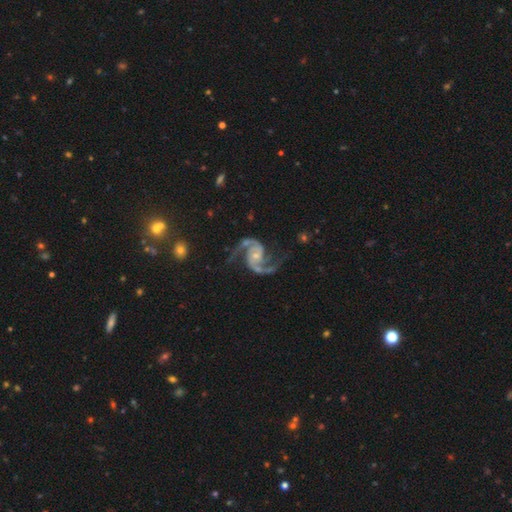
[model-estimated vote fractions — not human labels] Smooth or featured? featured or disk (93%)
Edge-on disk? no (98%)
Bar? no (61%)
Spiral arms? yes (99%)
Spiral winding? medium (55%)
Spiral arm count? 2 (94%)
Bulge size? small (62%)
Merging? none (73%)